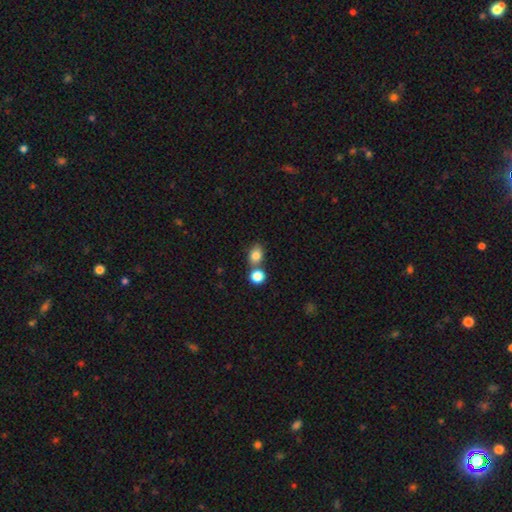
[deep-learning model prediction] smooth 82%, star or artifact 11%, featured or disk 7%. Down the decision tree: how rounded — in between (57%); merging — none (56%).